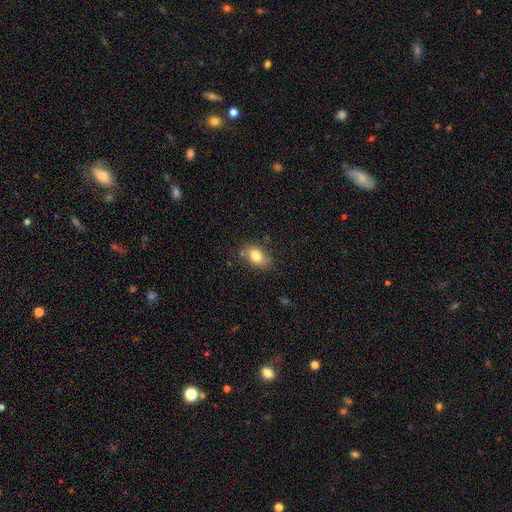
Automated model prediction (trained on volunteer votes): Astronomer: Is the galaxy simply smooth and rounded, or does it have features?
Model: smooth — 79%.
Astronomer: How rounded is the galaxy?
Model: in between — 82%.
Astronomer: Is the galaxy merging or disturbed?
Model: none — 72%.